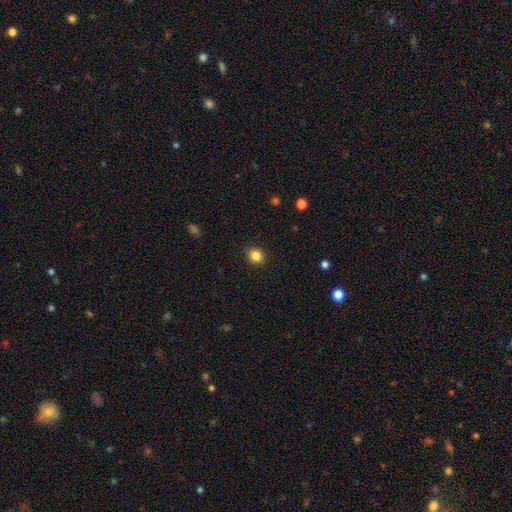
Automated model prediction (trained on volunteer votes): Smooth or featured: smooth — 85% (star or artifact — 10%)
How rounded: round — 64% (in between — 35%)
Merging: none — 89% (minor disturbance — 8%)